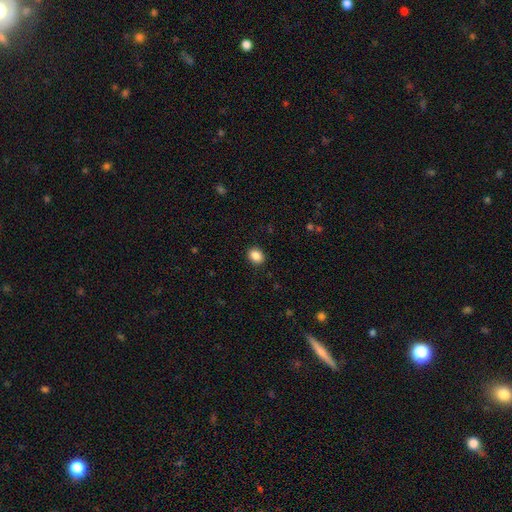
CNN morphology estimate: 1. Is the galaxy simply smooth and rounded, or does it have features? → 87% smooth, 9% star or artifact, 4% featured or disk.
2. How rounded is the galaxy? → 50% round, 49% in between, 1% cigar-shaped.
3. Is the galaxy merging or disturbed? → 91% none, 6% minor disturbance, 2% major disturbance, 1% merger.